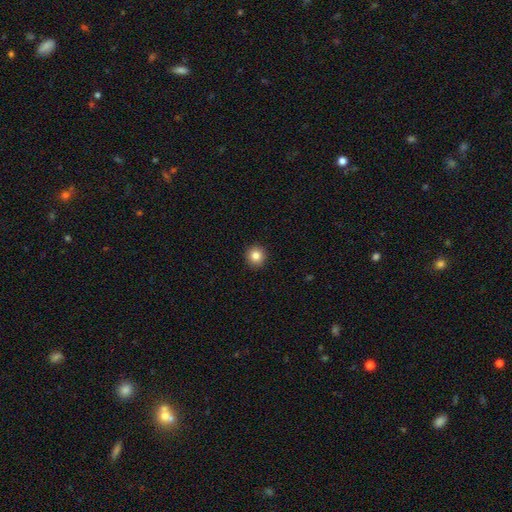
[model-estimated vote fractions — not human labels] Q: Smooth or featured?
A: smooth (84%); runner-up: star or artifact (10%)
Q: How rounded?
A: round (94%); runner-up: in between (5%)
Q: Merging?
A: none (93%); runner-up: minor disturbance (5%)